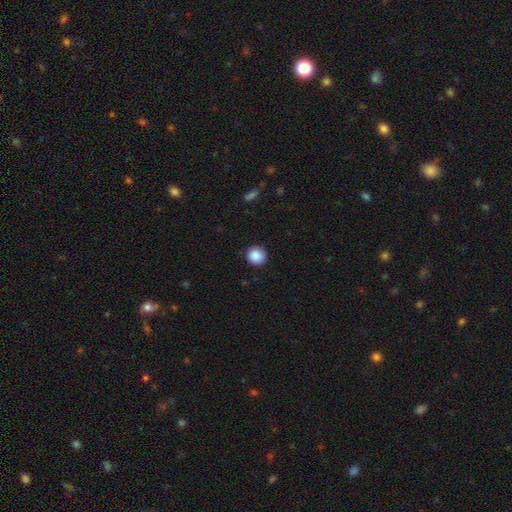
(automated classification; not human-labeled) Smooth or featured? Predicted: smooth (p=0.89). How rounded? Predicted: round (p=0.91). Merging? Predicted: none (p=0.91).